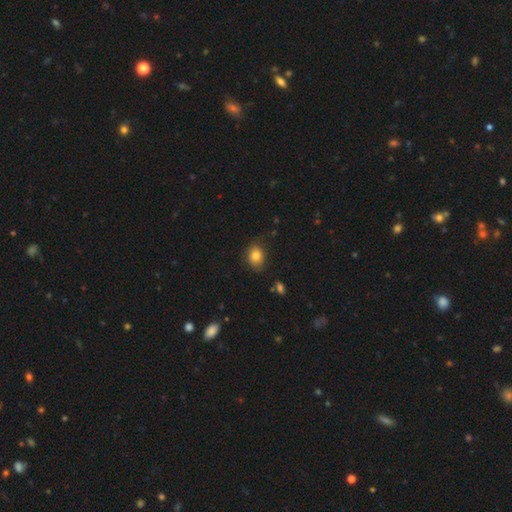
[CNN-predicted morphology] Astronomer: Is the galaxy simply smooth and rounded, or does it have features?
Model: smooth — 82%.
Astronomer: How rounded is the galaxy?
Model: in between — 57% (runner-up: round, 41%).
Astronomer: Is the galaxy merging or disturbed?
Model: none — 75%.